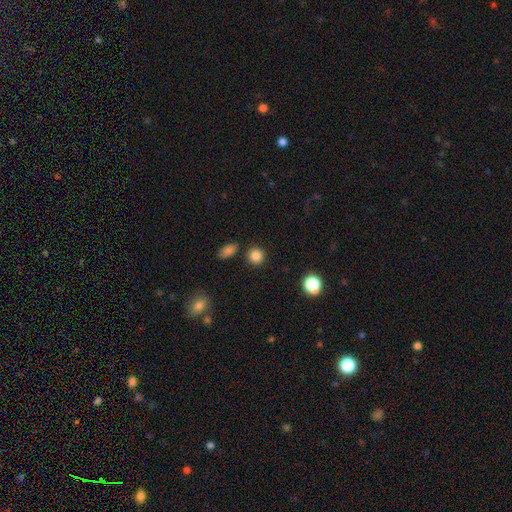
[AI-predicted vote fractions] smooth-or-featured: smooth: 85% | star or artifact: 11% | featured or disk: 4%
  how-rounded: round: 88% | in between: 11% | cigar-shaped: 1%
  merging: none: 84% | minor disturbance: 9% | merger: 5% | major disturbance: 3%